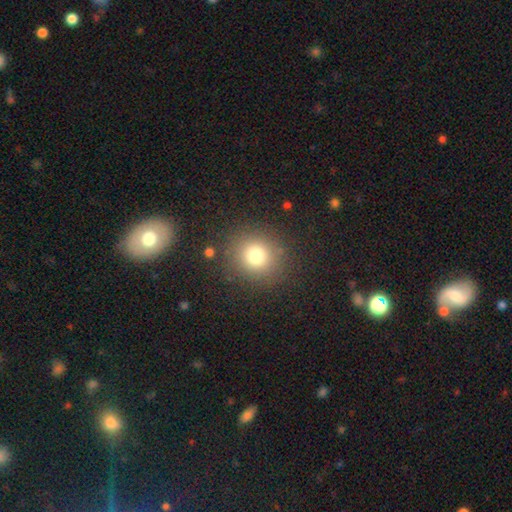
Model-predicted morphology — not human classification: smooth-or-featured: smooth: 76% | star or artifact: 16% | featured or disk: 9%
  how-rounded: round: 92% | in between: 7% | cigar-shaped: 1%
  merging: none: 88% | minor disturbance: 7% | major disturbance: 4% | merger: 2%